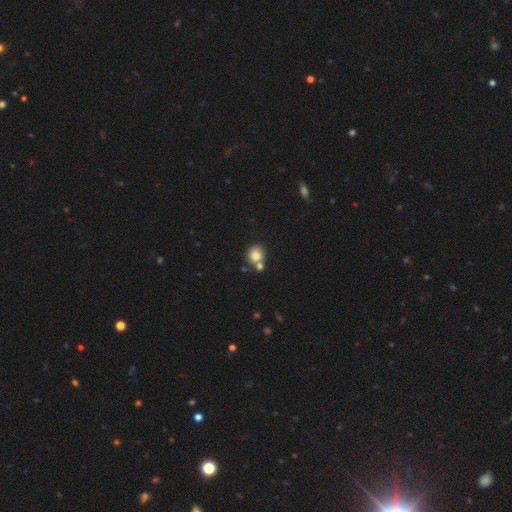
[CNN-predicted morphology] A smooth galaxy with no disk features (81%) that is round (82%).

Vote fractions:
- Smooth or featured? smooth: 81% / star or artifact: 10% / featured or disk: 9%
- How rounded? round: 82% / in between: 17% / cigar-shaped: 1%
- Merging? none: 56% / merger: 31% / minor disturbance: 10% / major disturbance: 3%